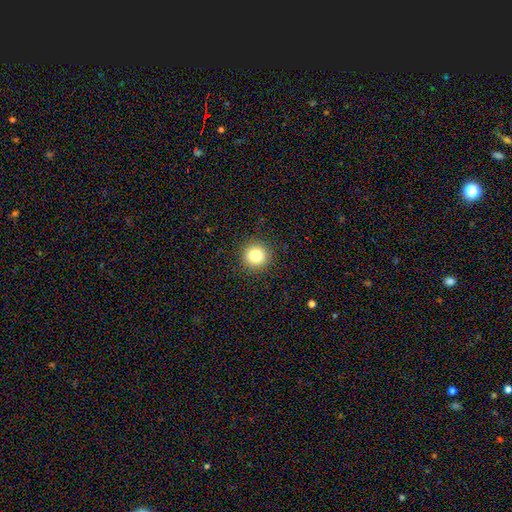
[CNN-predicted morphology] type=smooth (82%); roundness=round (95%); merging=none (92%).